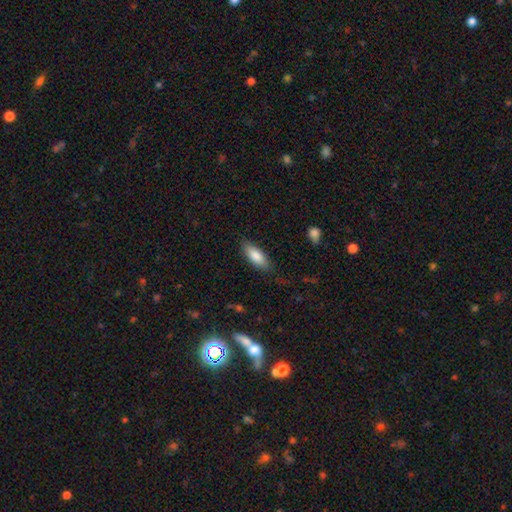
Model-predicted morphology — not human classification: A smooth galaxy with no disk features (85%) that is in between round and cigar-shaped (74%).

Vote fractions:
- Smooth or featured? smooth: 85% / featured or disk: 10% / star or artifact: 6%
- How rounded? in between: 74% / cigar-shaped: 24% / round: 2%
- Merging? none: 80% / minor disturbance: 15% / major disturbance: 4% / merger: 1%